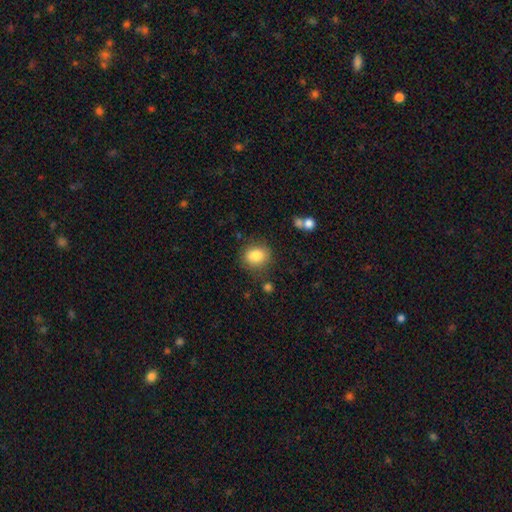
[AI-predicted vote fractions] smooth 84%, star or artifact 9%, featured or disk 7%. Down the decision tree: how rounded — round (60%); merging — none (80%).